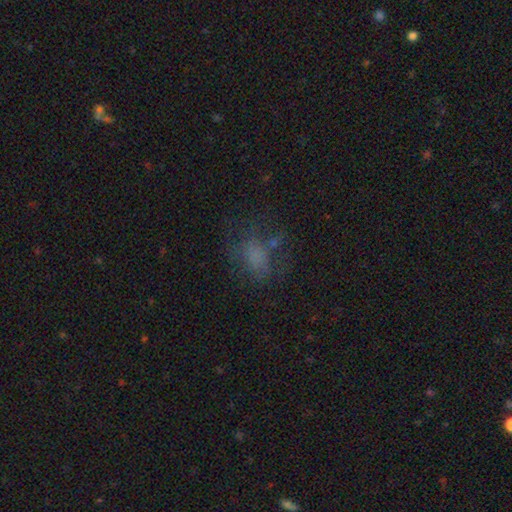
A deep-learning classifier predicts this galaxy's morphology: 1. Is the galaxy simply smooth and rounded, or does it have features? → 59% smooth, 21% star or artifact, 20% featured or disk.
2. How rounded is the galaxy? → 67% in between, 31% round, 2% cigar-shaped.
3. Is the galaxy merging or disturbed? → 50% none, 24% major disturbance, 20% minor disturbance, 5% merger.